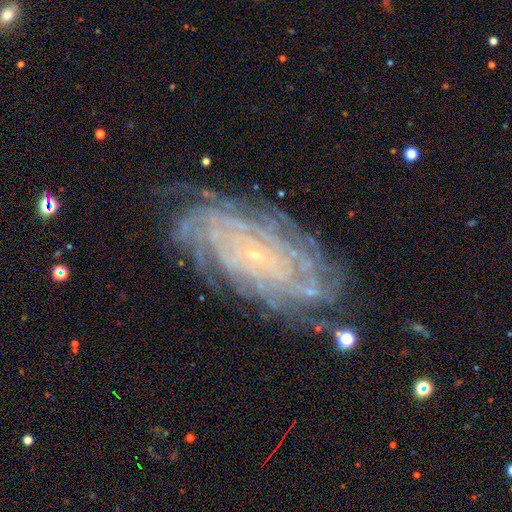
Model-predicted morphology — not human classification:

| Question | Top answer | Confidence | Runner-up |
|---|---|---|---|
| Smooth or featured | featured or disk | 85% | smooth (8%) |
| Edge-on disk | no | 94% | yes (6%) |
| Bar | no | 75% | weak (18%) |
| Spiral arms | yes | 97% | no (3%) |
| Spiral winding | tight | 83% | medium (14%) |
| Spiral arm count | more than 4 | 33% | can't tell (27%) |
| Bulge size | small | 89% | moderate (7%) |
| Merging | none | 80% | minor disturbance (14%) |